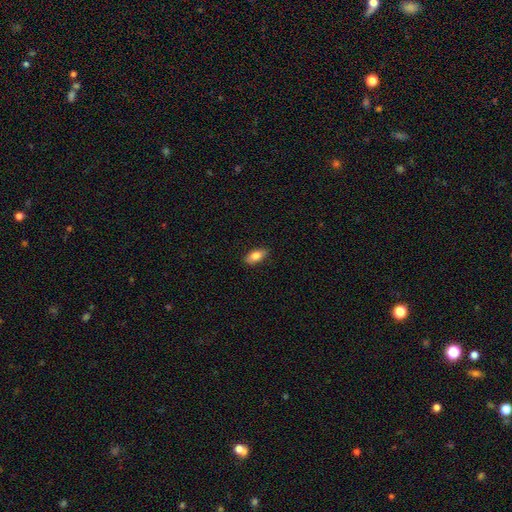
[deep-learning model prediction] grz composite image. It shows a smooth galaxy with no disk features (81%) that is in between round and cigar-shaped (87%). Merging: none (86%).